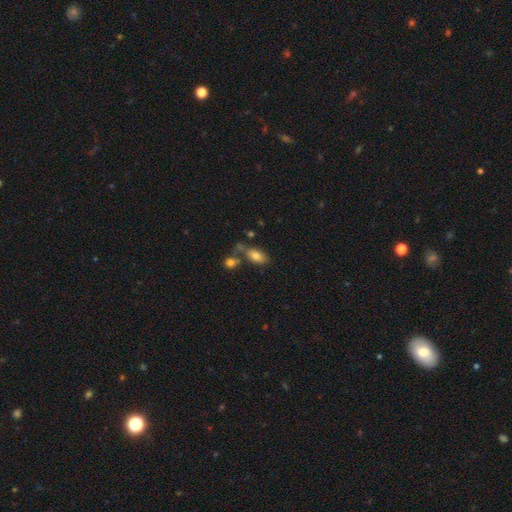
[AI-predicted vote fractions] This appears to be a smooth galaxy with no disk features (79%) that is in between round and cigar-shaped (89%). Merging: none (53%).